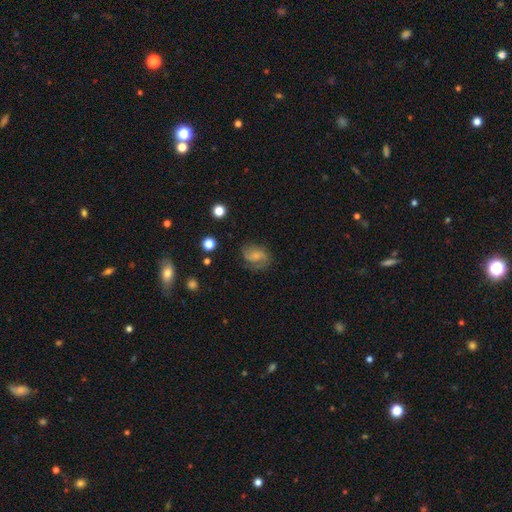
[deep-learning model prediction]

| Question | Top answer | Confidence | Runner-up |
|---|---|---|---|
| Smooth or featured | featured or disk | 57% | smooth (33%) |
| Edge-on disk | no | 97% | yes (3%) |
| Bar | no | 56% | weak (36%) |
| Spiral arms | yes | 89% | no (11%) |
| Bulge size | small | 49% | none (25%) |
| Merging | none | 63% | minor disturbance (22%) |